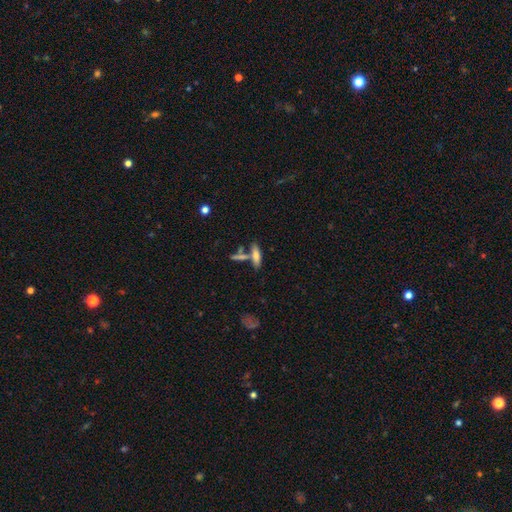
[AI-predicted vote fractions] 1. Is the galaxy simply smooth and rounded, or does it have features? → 67% smooth, 24% featured or disk, 9% star or artifact.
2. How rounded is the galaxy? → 56% cigar-shaped, 41% in between, 3% round.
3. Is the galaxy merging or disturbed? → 55% none, 28% merger, 12% minor disturbance, 5% major disturbance.